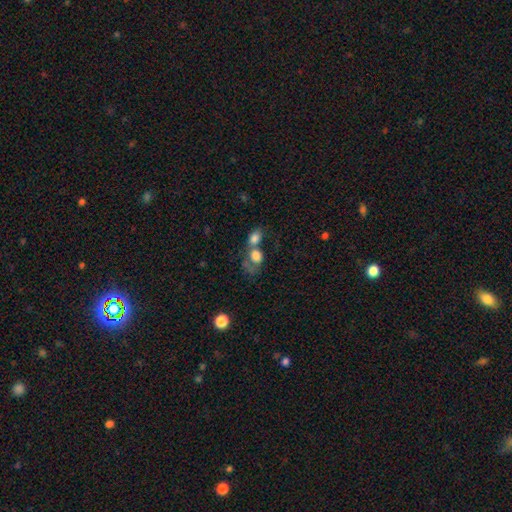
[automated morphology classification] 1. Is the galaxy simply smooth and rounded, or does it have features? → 76% smooth, 14% featured or disk, 10% star or artifact.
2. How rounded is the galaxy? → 57% in between, 42% round, 2% cigar-shaped.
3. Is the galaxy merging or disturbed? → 61% merger, 20% none, 11% major disturbance, 9% minor disturbance.